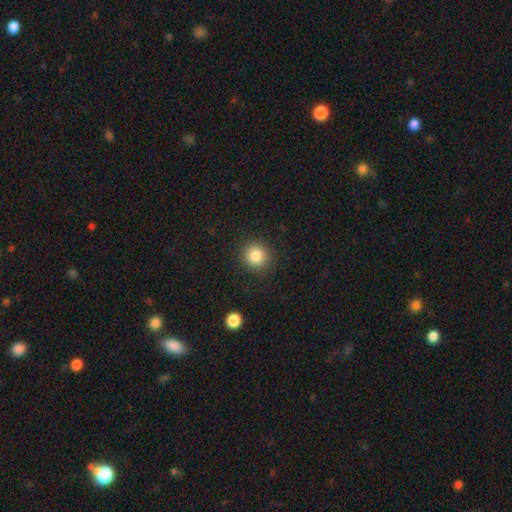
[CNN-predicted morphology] Overall: smooth (84%). How rounded: round (91%). Merging: none (90%).